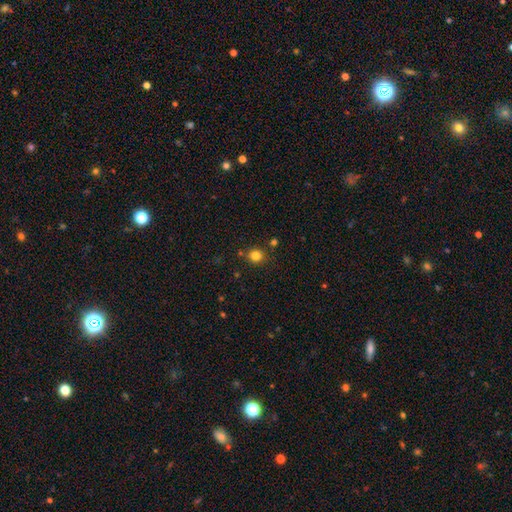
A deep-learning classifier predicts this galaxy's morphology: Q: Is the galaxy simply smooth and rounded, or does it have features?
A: smooth — 82%.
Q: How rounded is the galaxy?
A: round — 82%.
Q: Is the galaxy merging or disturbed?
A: none — 85%.